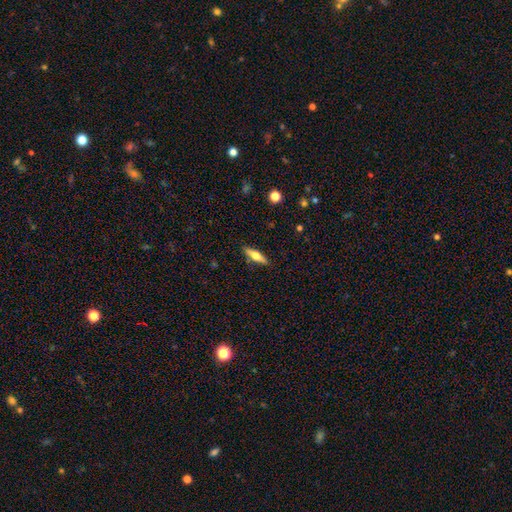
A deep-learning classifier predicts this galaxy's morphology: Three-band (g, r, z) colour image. It shows a smooth galaxy with no disk features (47%). Merging: none (89%).